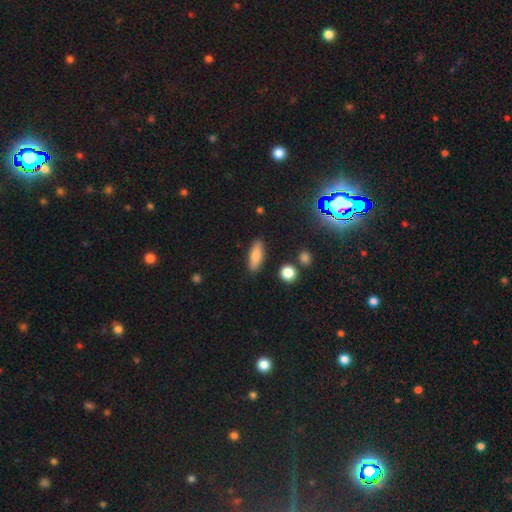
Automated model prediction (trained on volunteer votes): A smooth galaxy with no disk features (83%) that is in between round and cigar-shaped (62%).

Vote fractions:
- Smooth or featured? smooth: 83% / featured or disk: 10% / star or artifact: 8%
- How rounded? in between: 62% / cigar-shaped: 35% / round: 3%
- Merging? none: 86% / minor disturbance: 9% / major disturbance: 2% / merger: 2%